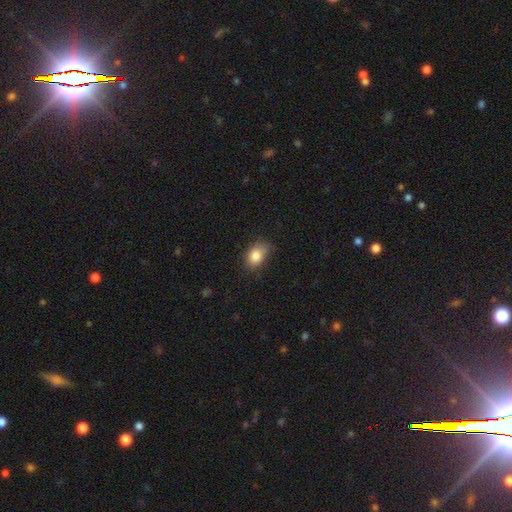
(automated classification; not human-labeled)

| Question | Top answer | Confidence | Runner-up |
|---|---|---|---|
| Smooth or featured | smooth | 84% | star or artifact (9%) |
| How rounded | in between | 79% | round (19%) |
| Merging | none | 59% | minor disturbance (32%) |